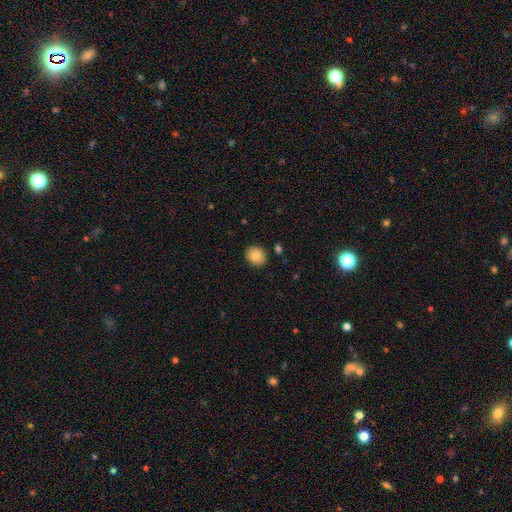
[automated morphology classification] A smooth galaxy with no disk features (85%) that is round (68%).

Vote fractions:
- Smooth or featured? smooth: 85% / star or artifact: 8% / featured or disk: 7%
- How rounded? round: 68% / in between: 31% / cigar-shaped: 1%
- Merging? none: 87% / minor disturbance: 8% / merger: 2% / major disturbance: 2%